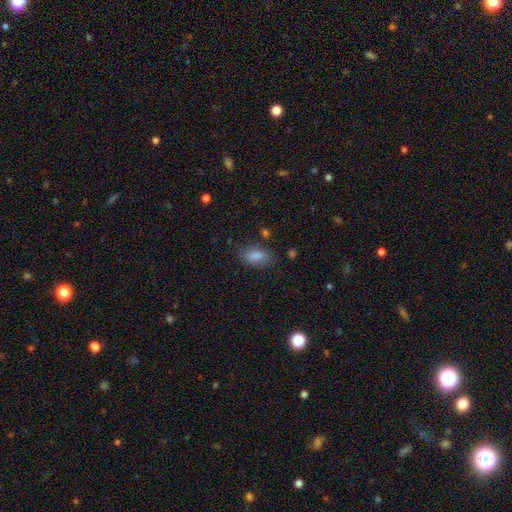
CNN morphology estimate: smooth 85%, star or artifact 8%, featured or disk 7%. Down the decision tree: how rounded — in between (90%); merging — none (75%).